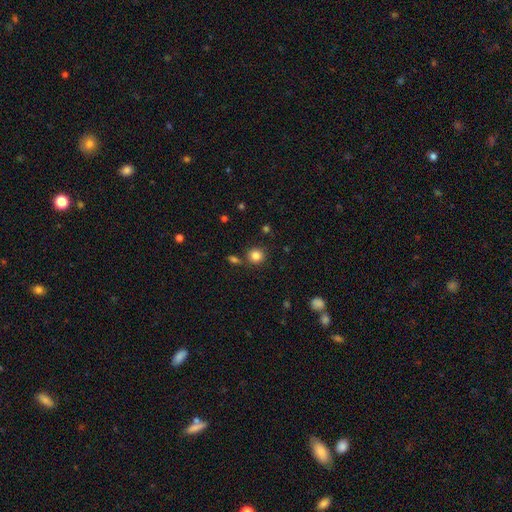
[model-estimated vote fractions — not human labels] Morphology: type=smooth (84%); roundness=round (86%); merging=none (80%).